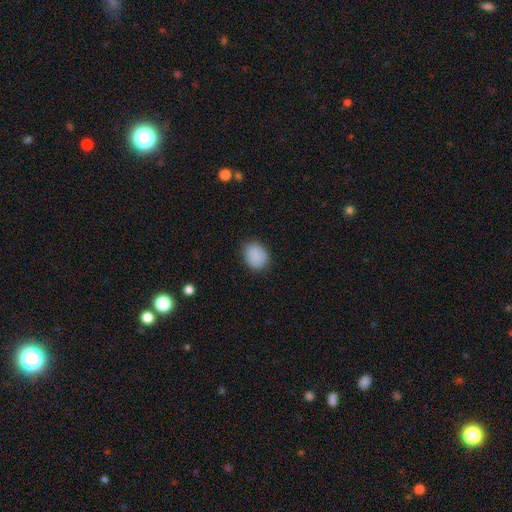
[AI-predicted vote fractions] Q: Smooth or featured?
A: smooth (88%); runner-up: star or artifact (8%)
Q: How rounded?
A: round (54%); runner-up: in between (45%)
Q: Merging?
A: none (81%); runner-up: minor disturbance (15%)